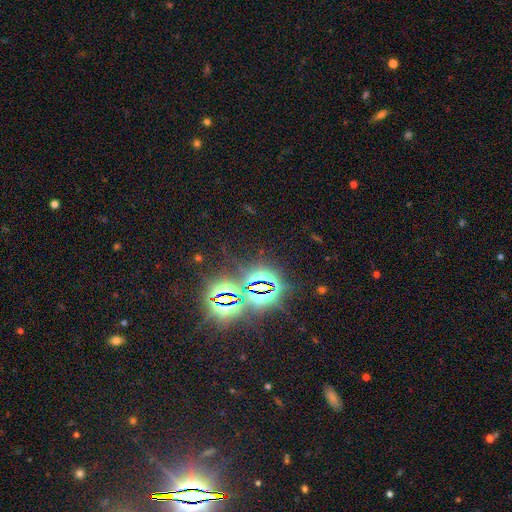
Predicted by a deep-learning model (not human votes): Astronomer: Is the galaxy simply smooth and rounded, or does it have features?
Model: star or artifact — 78%.